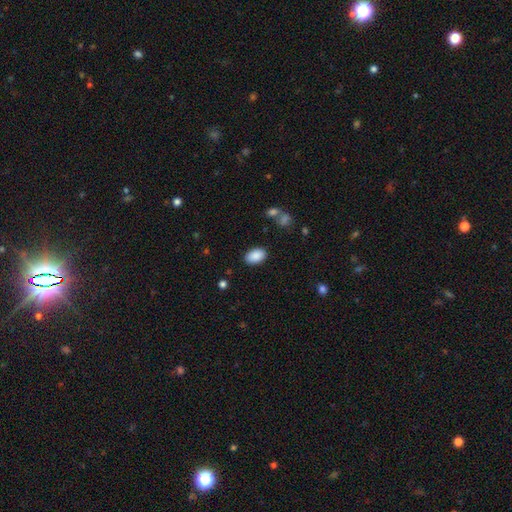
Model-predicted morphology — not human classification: Smooth or featured? smooth (89%)
How rounded? in between (91%)
Merging? none (87%)